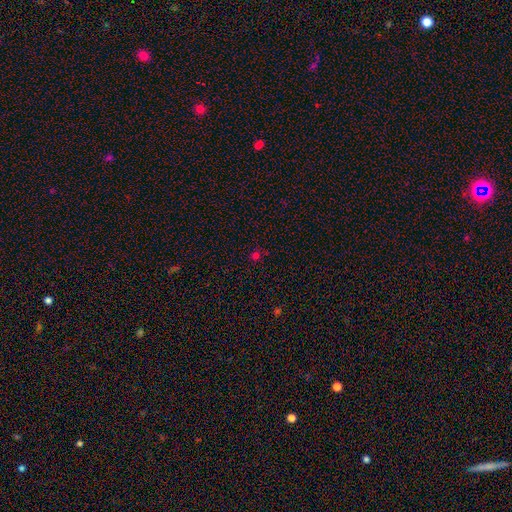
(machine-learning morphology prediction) A smooth galaxy with no disk features (58%) that is round (89%).

Vote fractions:
- Smooth or featured? smooth: 58% / star or artifact: 36% / featured or disk: 5%
- How rounded? round: 89% / in between: 10% / cigar-shaped: 1%
- Merging? none: 79% / minor disturbance: 10% / merger: 7% / major disturbance: 4%